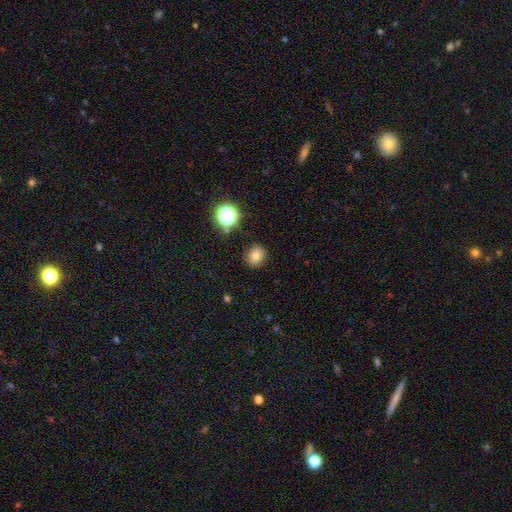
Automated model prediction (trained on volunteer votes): Smooth or featured?
  - smooth: 77% *
  - star or artifact: 15%
  - featured or disk: 8%
How rounded?
  - round: 71% *
  - in between: 28%
  - cigar-shaped: 1%
Merging?
  - none: 86% *
  - minor disturbance: 9%
  - major disturbance: 3%
  - merger: 2%